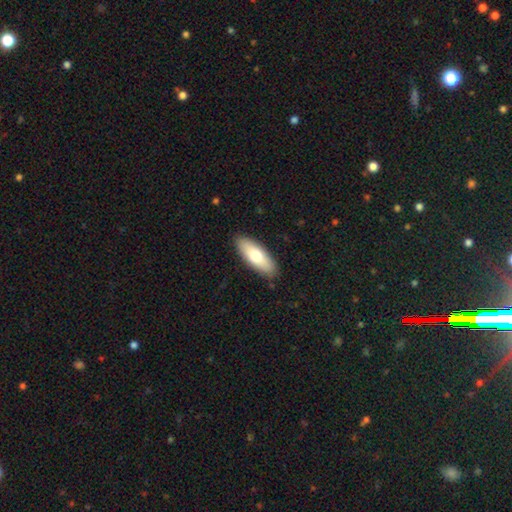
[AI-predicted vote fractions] Q: Smooth or featured?
A: smooth (73%); runner-up: featured or disk (22%)
Q: How rounded?
A: in between (69%); runner-up: cigar-shaped (29%)
Q: Merging?
A: none (88%); runner-up: minor disturbance (9%)